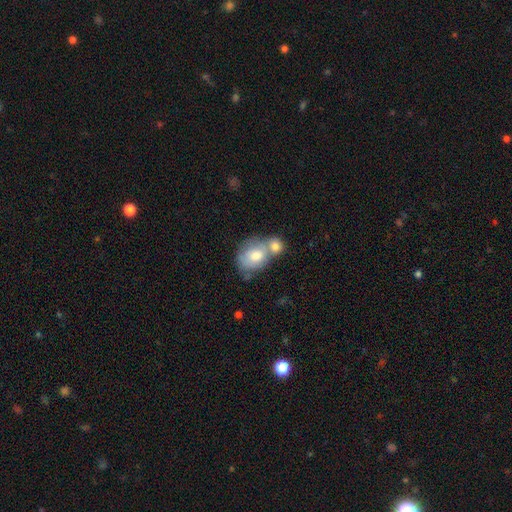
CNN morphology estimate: The model was most divided on "how rounded": in between: 54%, round: 44%, cigar-shaped: 1%. More confident: smooth or featured — smooth (69%); merging — merger (56%).